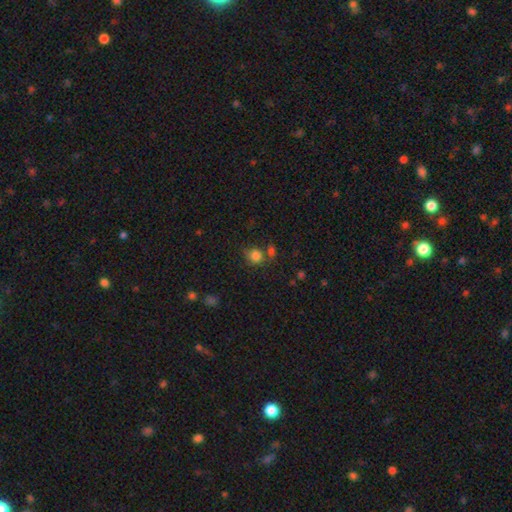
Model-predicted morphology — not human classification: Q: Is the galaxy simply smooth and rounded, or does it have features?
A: smooth — 80%.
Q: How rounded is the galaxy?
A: round — 75%.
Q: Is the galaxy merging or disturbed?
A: none — 53%.